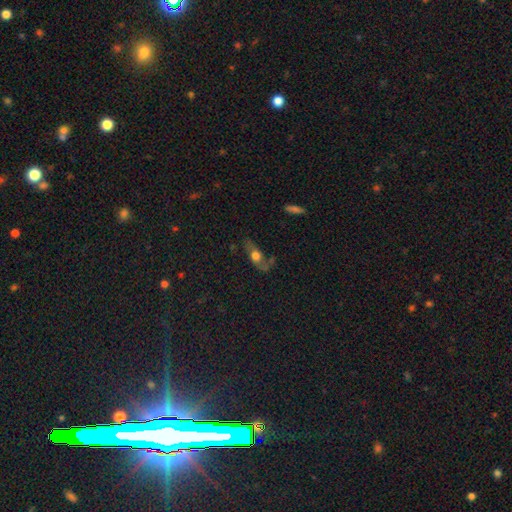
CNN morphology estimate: Smooth or featured?
  - smooth: 44% *
  - featured or disk: 43%
  - star or artifact: 12%
Merging?
  - none: 52% *
  - minor disturbance: 22%
  - major disturbance: 18%
  - merger: 8%